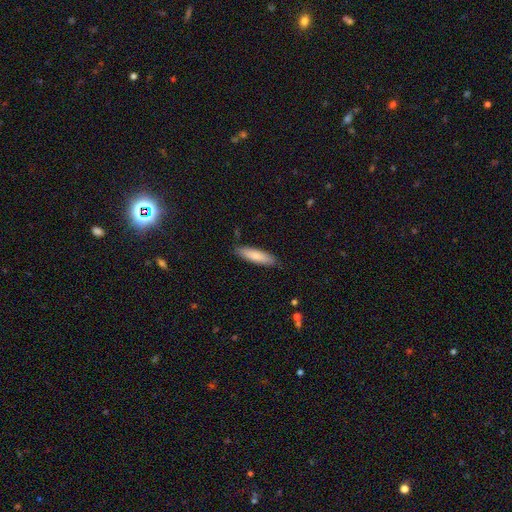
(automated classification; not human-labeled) Smooth or featured? smooth (81%)
How rounded? cigar-shaped (66%)
Merging? none (85%)